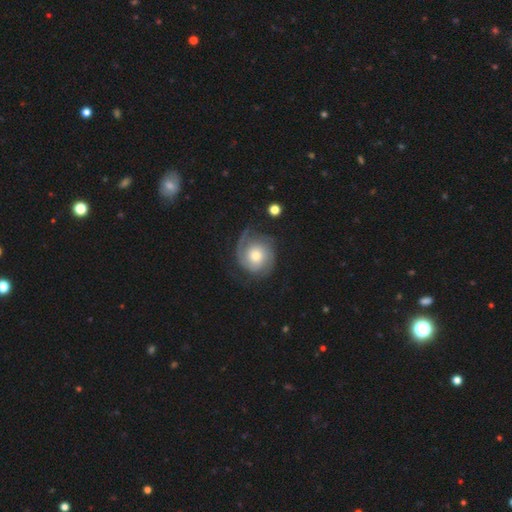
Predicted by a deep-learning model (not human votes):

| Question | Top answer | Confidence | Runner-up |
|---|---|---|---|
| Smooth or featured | featured or disk | 79% | smooth (16%) |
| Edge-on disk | no | 98% | yes (2%) |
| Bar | no | 77% | weak (19%) |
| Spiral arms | yes | 95% | no (5%) |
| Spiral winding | tight | 61% | medium (29%) |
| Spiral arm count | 2 | 53% | can't tell (15%) |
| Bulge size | moderate | 65% | small (23%) |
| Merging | none | 70% | minor disturbance (18%) |